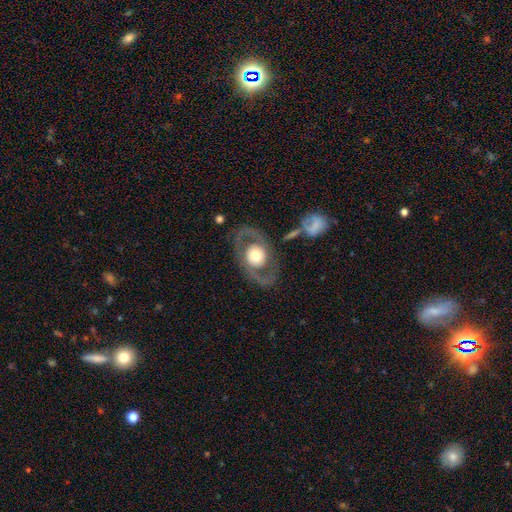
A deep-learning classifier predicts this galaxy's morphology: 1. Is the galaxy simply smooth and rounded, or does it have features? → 74% featured or disk, 20% smooth, 5% star or artifact.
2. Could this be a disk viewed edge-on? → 94% no, 6% yes.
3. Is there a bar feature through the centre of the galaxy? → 78% no, 16% weak, 6% strong.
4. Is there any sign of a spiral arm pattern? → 62% yes, 38% no.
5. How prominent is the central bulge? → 52% moderate, 37% large, 5% small, 5% dominant, 1% none.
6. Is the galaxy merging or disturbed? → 77% none, 11% minor disturbance, 9% major disturbance, 3% merger.